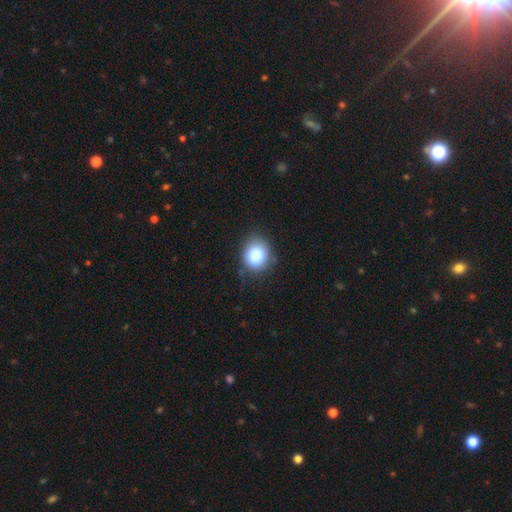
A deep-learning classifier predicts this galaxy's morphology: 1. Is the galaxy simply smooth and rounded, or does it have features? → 85% smooth, 9% star or artifact, 7% featured or disk.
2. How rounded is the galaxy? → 64% round, 35% in between, 1% cigar-shaped.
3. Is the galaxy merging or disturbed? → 76% none, 17% minor disturbance, 4% major disturbance, 2% merger.